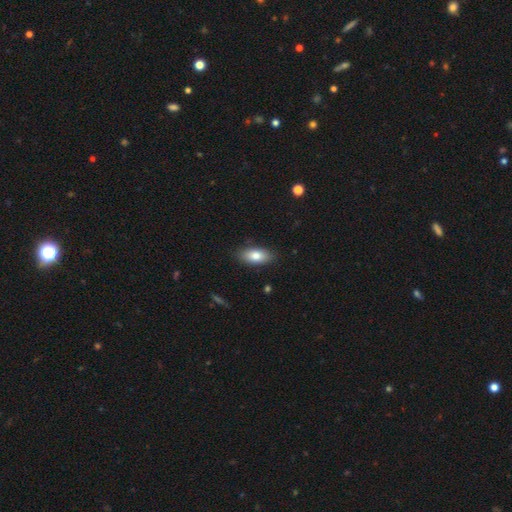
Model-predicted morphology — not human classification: smooth-or-featured: smooth: 80% | featured or disk: 13% | star or artifact: 7%
  how-rounded: in between: 88% | cigar-shaped: 8% | round: 4%
  merging: none: 85% | minor disturbance: 12% | major disturbance: 2% | merger: 1%